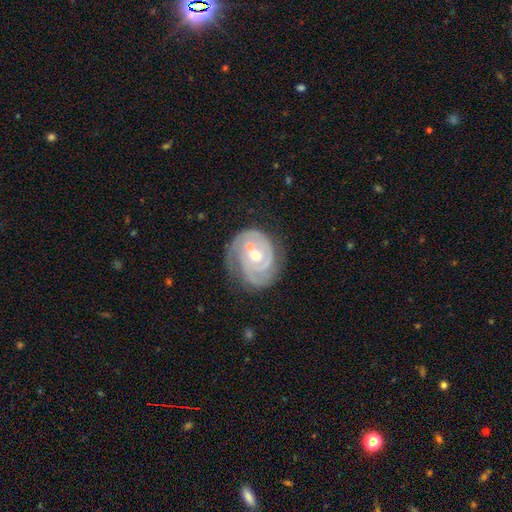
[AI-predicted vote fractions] Q: Smooth or featured?
A: featured or disk (86%); runner-up: smooth (9%)
Q: Edge-on disk?
A: no (98%); runner-up: yes (2%)
Q: Bar?
A: no (65%); runner-up: weak (28%)
Q: Spiral arms?
A: yes (95%); runner-up: no (5%)
Q: Spiral winding?
A: tight (69%); runner-up: medium (26%)
Q: Spiral arm count?
A: 2 (40%); runner-up: 3 (27%)
Q: Bulge size?
A: moderate (55%); runner-up: small (41%)
Q: Merging?
A: none (49%); runner-up: merger (24%)